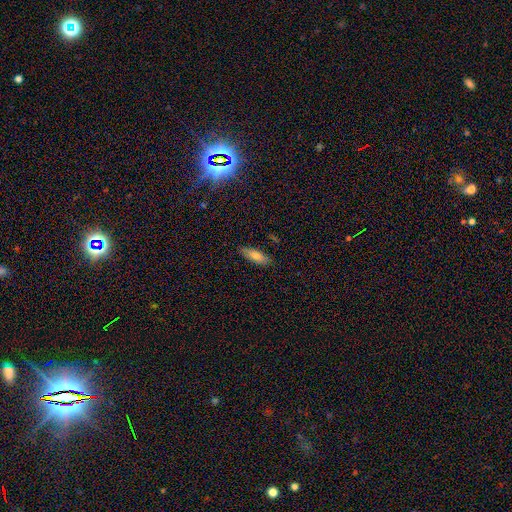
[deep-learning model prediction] Smooth or featured? Predicted: smooth (p=0.73). How rounded? Predicted: in between (p=0.62). Merging? Predicted: none (p=0.86).